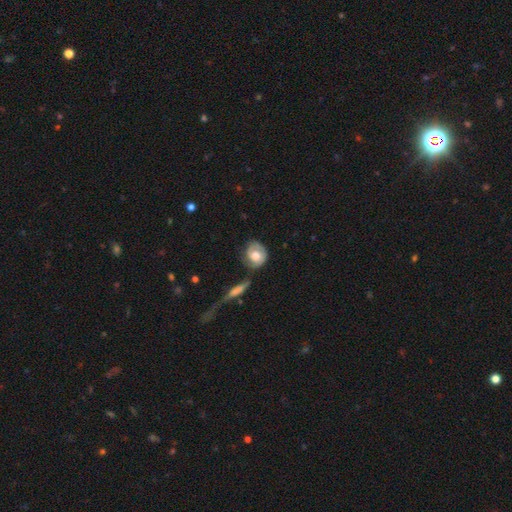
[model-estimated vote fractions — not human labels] Smooth or featured?
  - smooth: 56% *
  - featured or disk: 38%
  - star or artifact: 6%
How rounded?
  - round: 62% *
  - in between: 35%
  - cigar-shaped: 2%
Merging?
  - none: 48% *
  - minor disturbance: 25%
  - major disturbance: 14%
  - merger: 12%